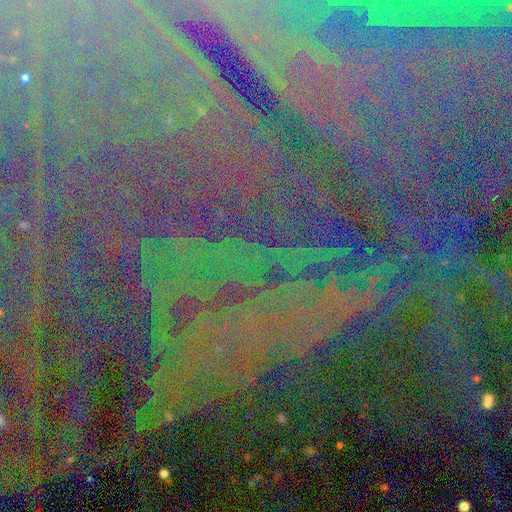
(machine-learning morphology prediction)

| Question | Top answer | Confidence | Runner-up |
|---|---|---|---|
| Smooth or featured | star or artifact | 86% | featured or disk (8%) |